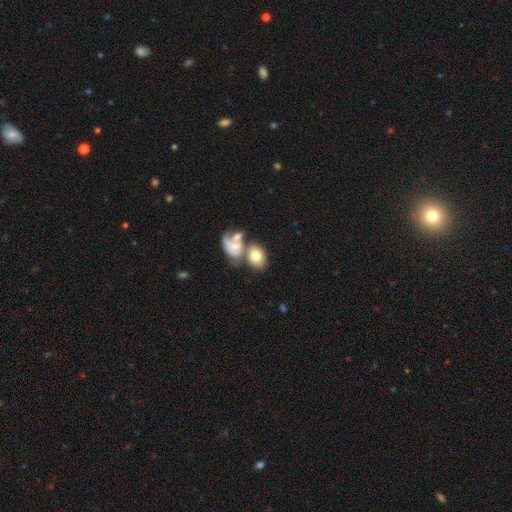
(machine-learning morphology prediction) smooth 69%, featured or disk 23%, star or artifact 8%. Down the decision tree: how rounded — in between (68%); merging — merger (48%).